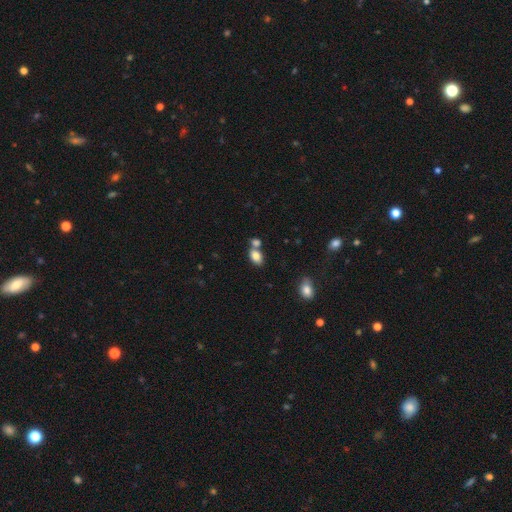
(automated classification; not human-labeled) smooth_or_featured: smooth (p=0.84) [alt: star or artifact p=0.09]
how_rounded: in between (p=0.86) [alt: round p=0.12]
merging: none (p=0.49) [alt: merger p=0.35]